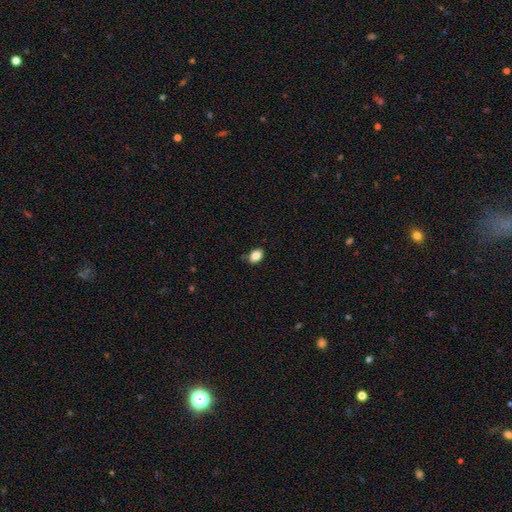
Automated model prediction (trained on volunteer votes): Smooth or featured? smooth (85%)
How rounded? in between (78%)
Merging? none (82%)